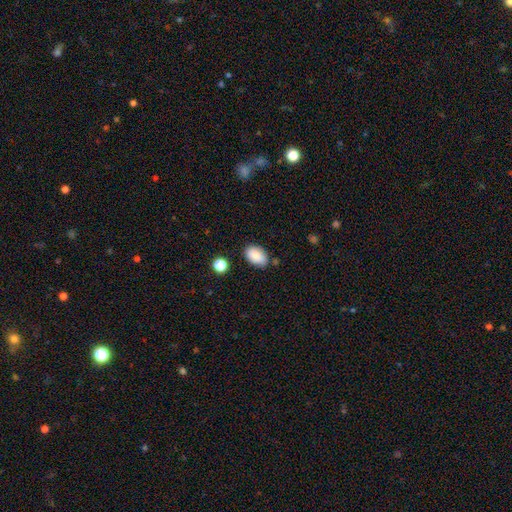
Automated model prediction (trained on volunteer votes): Smooth or featured: smooth — 87% (star or artifact — 7%)
How rounded: in between — 91% (round — 8%)
Merging: none — 78% (minor disturbance — 15%)